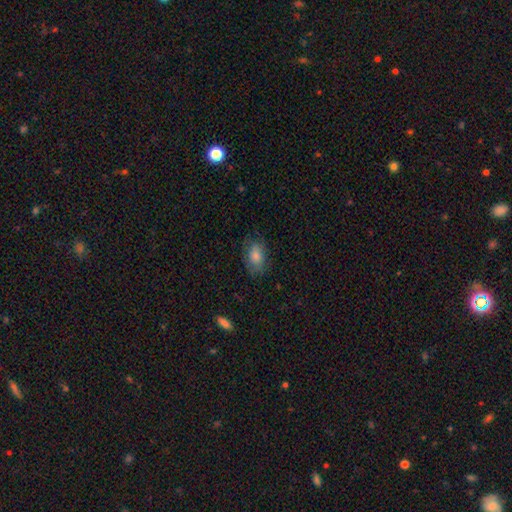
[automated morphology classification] type=smooth (75%); roundness=in between (85%); merging=none (76%).